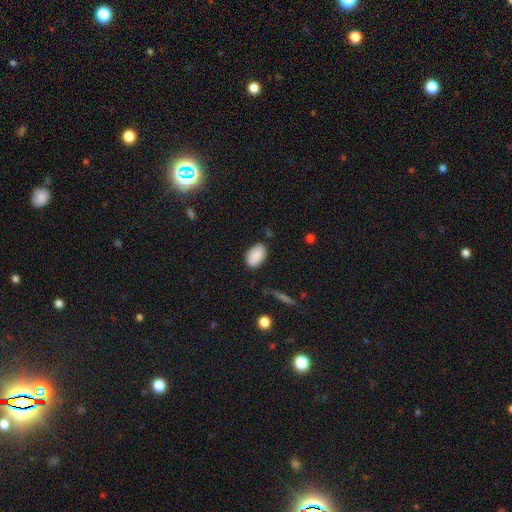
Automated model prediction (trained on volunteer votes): Overall: smooth (87%). How rounded: in between (92%). Merging: none (81%).